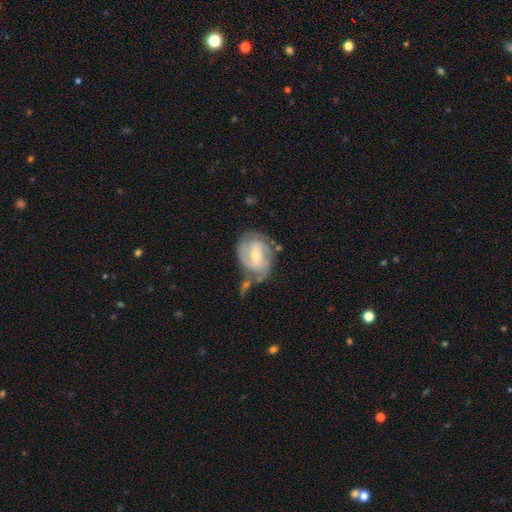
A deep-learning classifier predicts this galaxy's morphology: Smooth or featured? featured or disk (83%)
Edge-on disk? no (97%)
Bar? weak (52%)
Spiral arms? yes (95%)
Spiral winding? tight (48%)
Spiral arm count? 2 (55%)
Bulge size? small (57%)
Merging? none (54%)